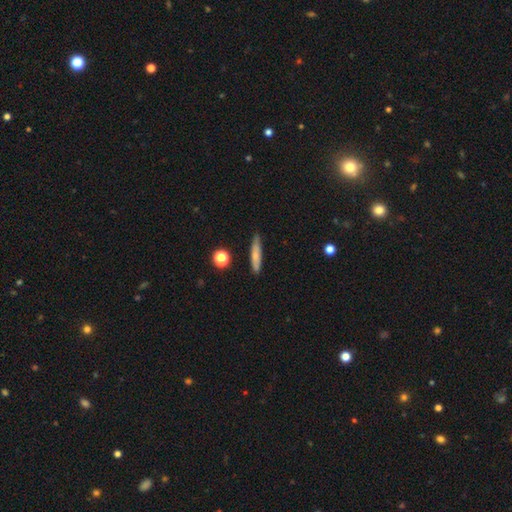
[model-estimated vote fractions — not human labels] Smooth or featured: smooth — 70% (featured or disk — 22%)
How rounded: cigar-shaped — 85% (in between — 12%)
Merging: none — 84% (minor disturbance — 12%)